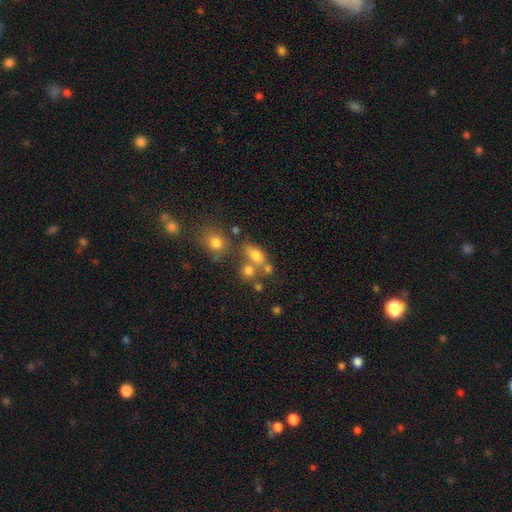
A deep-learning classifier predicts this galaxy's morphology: Smooth or featured?
  - smooth: 71% *
  - featured or disk: 15%
  - star or artifact: 14%
How rounded?
  - in between: 69% *
  - round: 25%
  - cigar-shaped: 6%
Merging?
  - none: 46% *
  - merger: 32%
  - minor disturbance: 13%
  - major disturbance: 8%